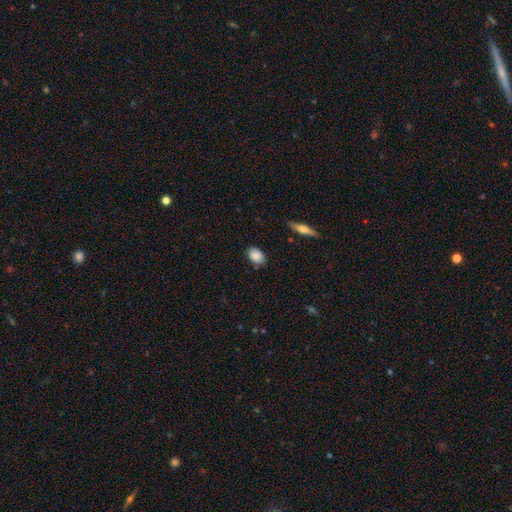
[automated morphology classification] The model was most divided on "merging": none: 82%, minor disturbance: 14%, major disturbance: 3%, merger: 2%. More confident: smooth or featured — smooth (86%); how rounded — in between (83%).